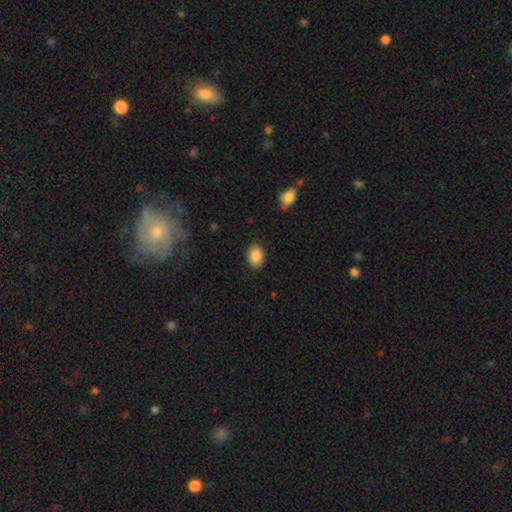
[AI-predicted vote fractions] Smooth or featured? smooth (88%)
How rounded? in between (78%)
Merging? none (87%)